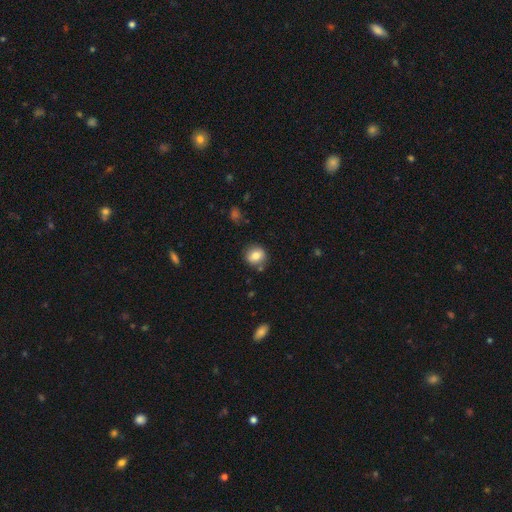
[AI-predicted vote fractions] The model was most divided on "how rounded": round: 81%, in between: 18%, cigar-shaped: 1%. More confident: merging — none (81%); smooth or featured — smooth (80%).